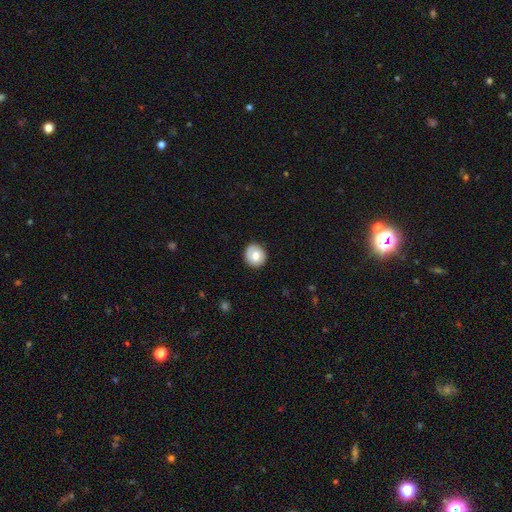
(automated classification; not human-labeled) Q: Smooth or featured?
A: smooth (71%); runner-up: featured or disk (22%)
Q: How rounded?
A: round (84%); runner-up: in between (15%)
Q: Merging?
A: none (87%); runner-up: minor disturbance (10%)